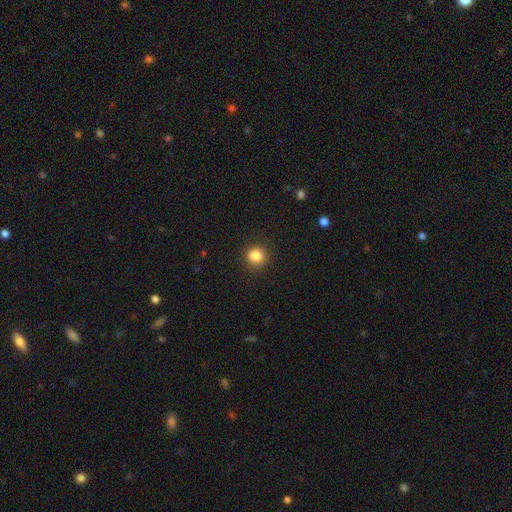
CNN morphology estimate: smooth-or-featured: smooth: 83% | star or artifact: 11% | featured or disk: 6%
  how-rounded: round: 83% | in between: 16% | cigar-shaped: 1%
  merging: none: 76% | minor disturbance: 13% | merger: 7% | major disturbance: 4%